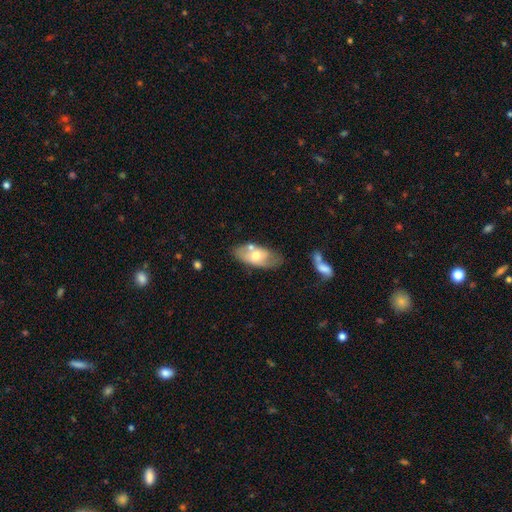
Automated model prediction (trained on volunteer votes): smooth-or-featured: smooth: 51% | featured or disk: 43% | star or artifact: 6%
  how-rounded: in between: 90% | cigar-shaped: 6% | round: 4%
  merging: none: 59% | minor disturbance: 21% | merger: 14% | major disturbance: 6%